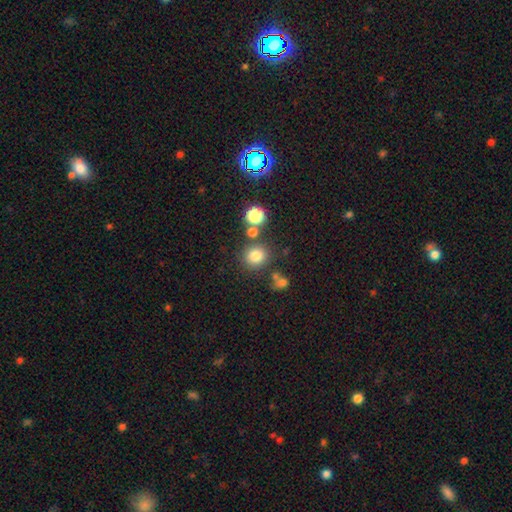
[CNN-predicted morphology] This appears to be a smooth galaxy with no disk features (78%) that is round (88%). Merging: none (76%).